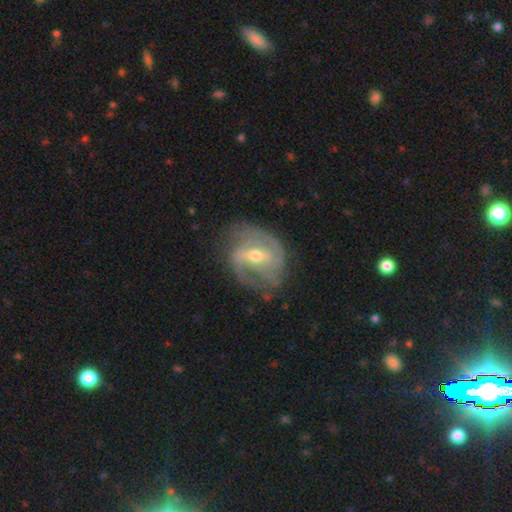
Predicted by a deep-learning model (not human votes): Q: Smooth or featured?
A: featured or disk (87%); runner-up: smooth (8%)
Q: Edge-on disk?
A: no (97%); runner-up: yes (3%)
Q: Bar?
A: weak (49%); runner-up: strong (30%)
Q: Spiral arms?
A: yes (95%); runner-up: no (5%)
Q: Spiral winding?
A: medium (44%); runner-up: tight (41%)
Q: Spiral arm count?
A: 2 (48%); runner-up: 3 (24%)
Q: Bulge size?
A: moderate (64%); runner-up: small (32%)
Q: Merging?
A: none (66%); runner-up: minor disturbance (22%)